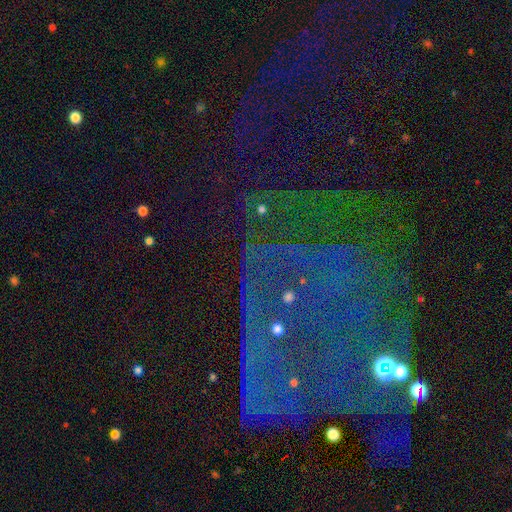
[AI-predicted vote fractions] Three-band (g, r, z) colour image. It shows a star or artifact, not a galaxy (77%).